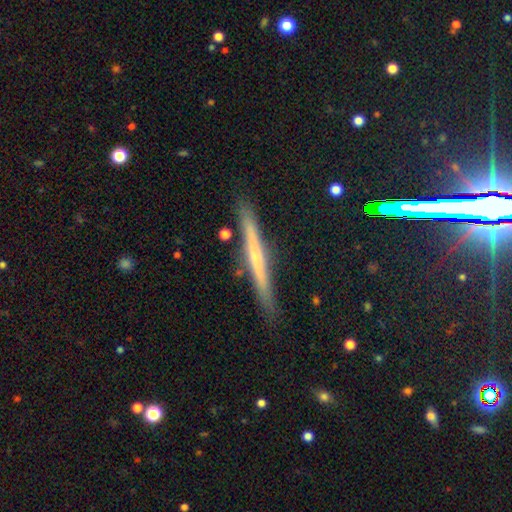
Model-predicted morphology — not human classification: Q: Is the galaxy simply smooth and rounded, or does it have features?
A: featured or disk — 62%.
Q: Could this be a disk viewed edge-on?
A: yes — 97%.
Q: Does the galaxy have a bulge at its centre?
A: none — 49%.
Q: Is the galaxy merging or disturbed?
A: none — 88%.